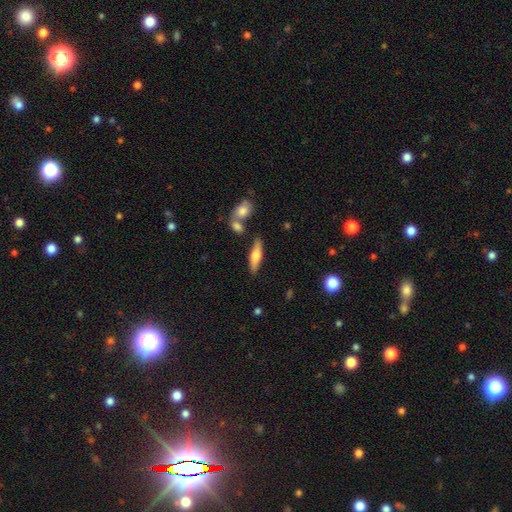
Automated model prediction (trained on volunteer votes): This is possibly a smooth galaxy (53%). How rounded: likely cigar-shaped (66%). Merging: likely none (80%).